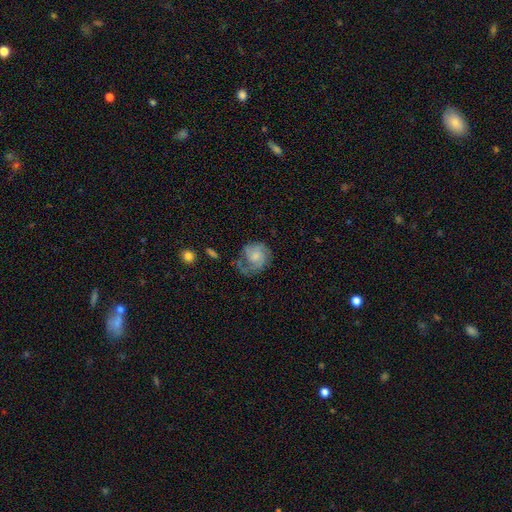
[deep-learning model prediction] This is possibly a featured or disk galaxy (53%). It is clearly not viewed edge-on (98%). Bar: likely no (69%). Spiral arm pattern: clearly yes (82%). Central bulge: marginally small (35%). Merging: marginally none (38%).